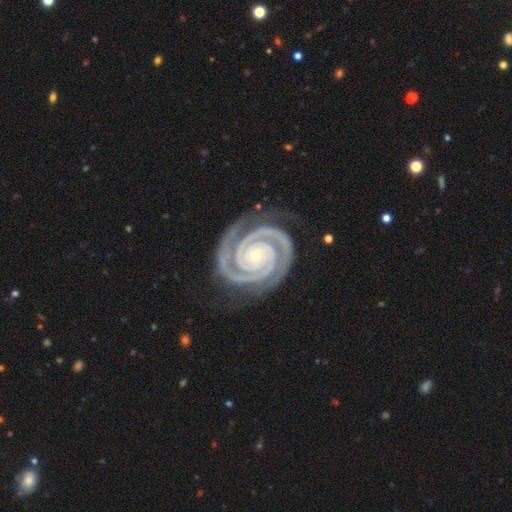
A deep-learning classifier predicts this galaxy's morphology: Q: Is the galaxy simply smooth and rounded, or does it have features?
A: featured or disk — 95%.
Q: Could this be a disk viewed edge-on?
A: no — 98%.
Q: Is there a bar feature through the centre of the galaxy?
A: no — 76%.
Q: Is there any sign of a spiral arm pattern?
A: yes — 99%.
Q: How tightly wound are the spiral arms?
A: tight — 87%.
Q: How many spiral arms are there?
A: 2 — 89%.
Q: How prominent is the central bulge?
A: small — 80%.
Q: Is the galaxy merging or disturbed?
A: none — 84%.